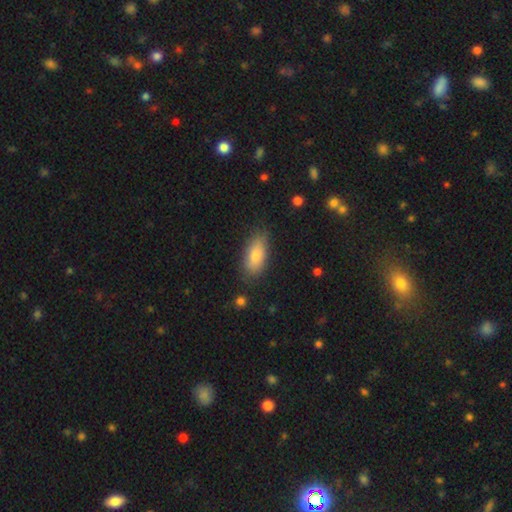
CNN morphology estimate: This is likely a smooth galaxy (79%). How rounded: clearly in between (83%). Merging: clearly none (83%).